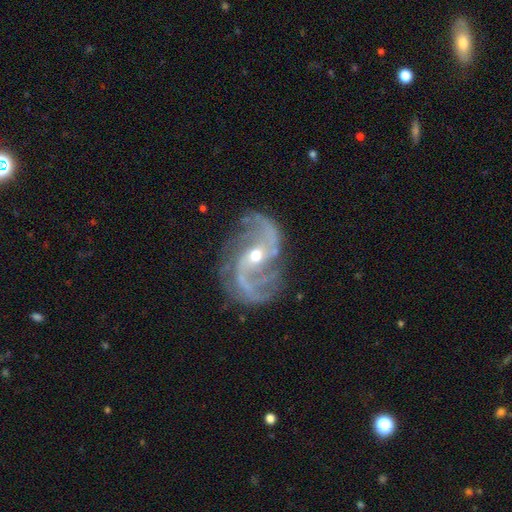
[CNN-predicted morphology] Overall: featured or disk (92%). Edge-on disk: no (98%). Bar: no (42%; weak 36%). Spiral arms: yes (98%). Spiral arm count: 2 (74%). Spiral winding: medium (50%; loose 36%). Bulge size: moderate (53%; small 43%). Merging: none (74%).